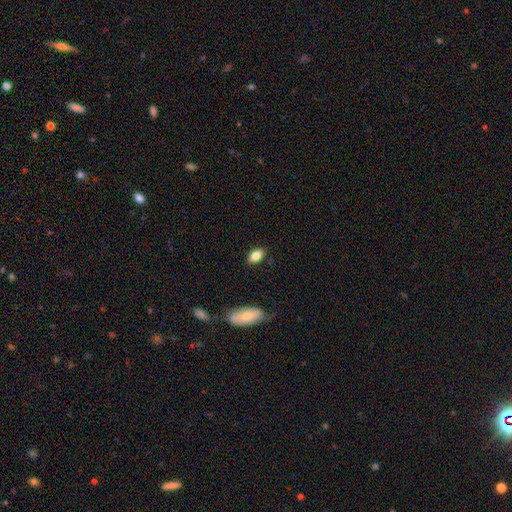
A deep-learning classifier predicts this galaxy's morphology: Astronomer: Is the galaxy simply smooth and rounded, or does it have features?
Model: smooth — 82%.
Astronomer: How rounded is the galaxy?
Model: in between — 89%.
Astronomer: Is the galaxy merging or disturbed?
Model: none — 85%.